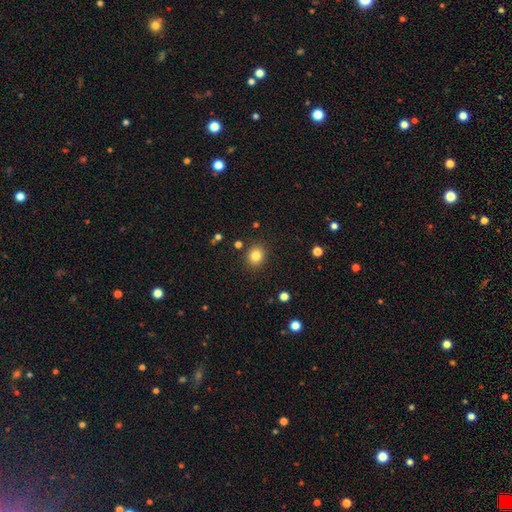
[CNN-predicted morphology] This is clearly a smooth galaxy (83%). How rounded: likely round (73%). Merging: clearly none (88%).